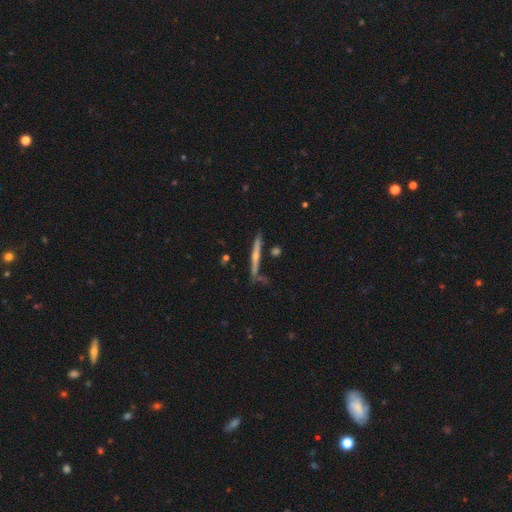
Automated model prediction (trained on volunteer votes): A featured or disk galaxy (61%) viewed edge-on (97%) with a rounded central bulge (72%).

Vote fractions:
- Smooth or featured? featured or disk: 61% / smooth: 32% / star or artifact: 7%
- Edge-on disk? yes: 97% / no: 3%
- Edge-on bulge? rounded: 72% / none: 23% / boxy: 4%
- Merging? none: 80% / minor disturbance: 12% / merger: 6% / major disturbance: 2%